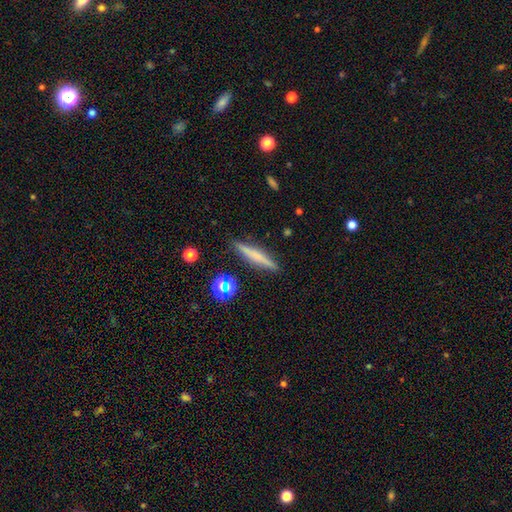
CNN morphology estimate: Smooth or featured? smooth (52%)
How rounded? cigar-shaped (90%)
Merging? none (87%)